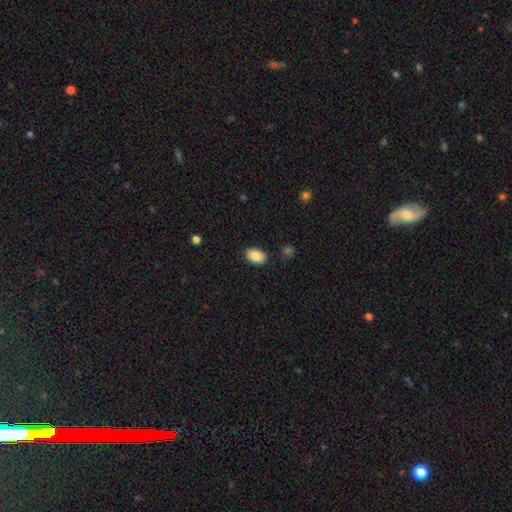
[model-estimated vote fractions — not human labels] Morphology: type=smooth (87%); roundness=in between (88%); merging=none (86%).